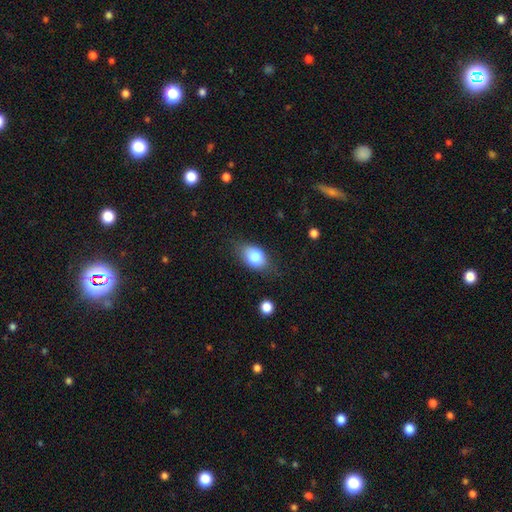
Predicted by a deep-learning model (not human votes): smooth_or_featured: smooth (p=0.80) [alt: featured or disk p=0.12]
how_rounded: in between (p=0.82) [alt: round p=0.16]
merging: none (p=0.69) [alt: minor disturbance p=0.23]